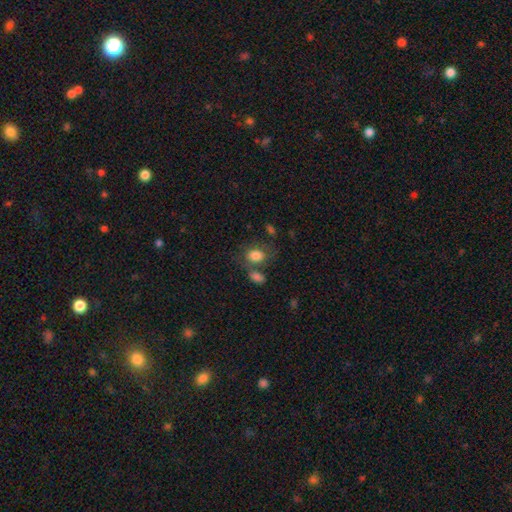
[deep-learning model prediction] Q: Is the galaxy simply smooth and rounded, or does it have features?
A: smooth — 81%.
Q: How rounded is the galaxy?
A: in between — 70%.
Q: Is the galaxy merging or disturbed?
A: none — 52%.